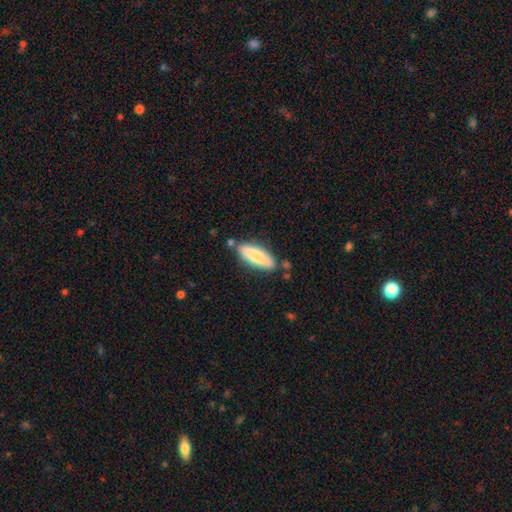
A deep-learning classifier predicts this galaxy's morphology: This is clearly a smooth galaxy (81%). How rounded: possibly cigar-shaped (52%). Merging: likely none (76%).